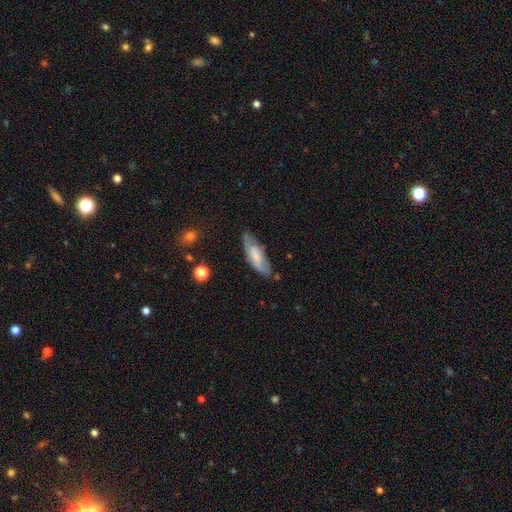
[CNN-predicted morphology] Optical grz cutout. It shows a smooth galaxy with no disk features (50%). Merging: none (67%).